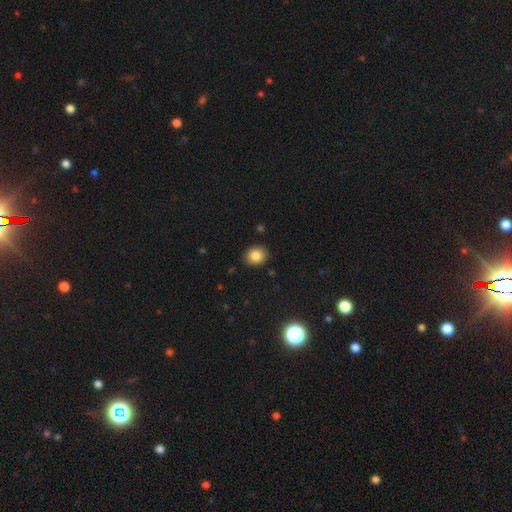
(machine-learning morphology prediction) Smooth or featured? smooth (84%)
How rounded? round (73%)
Merging? none (90%)